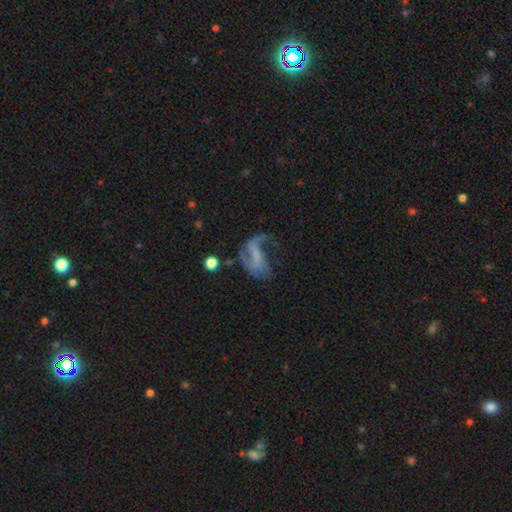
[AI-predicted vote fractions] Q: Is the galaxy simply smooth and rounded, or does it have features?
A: featured or disk — 67%.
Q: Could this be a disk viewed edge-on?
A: no — 96%.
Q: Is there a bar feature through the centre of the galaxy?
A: no — 44%.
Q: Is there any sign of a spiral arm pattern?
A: yes — 72%.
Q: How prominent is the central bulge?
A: none — 64%.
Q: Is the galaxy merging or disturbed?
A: major disturbance — 47%.